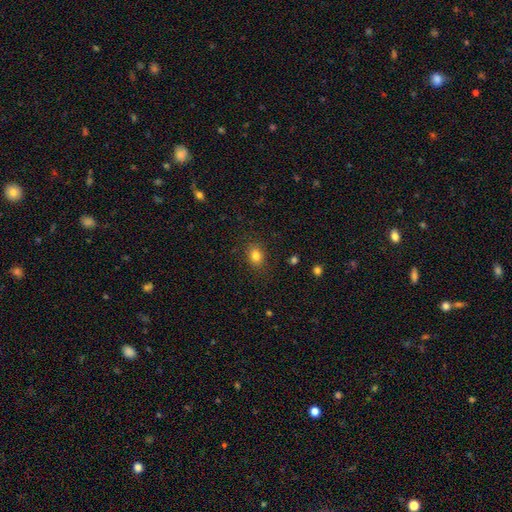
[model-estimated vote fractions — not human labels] Smooth or featured: smooth — 83% (star or artifact — 11%)
How rounded: in between — 58% (round — 41%)
Merging: none — 85% (minor disturbance — 10%)